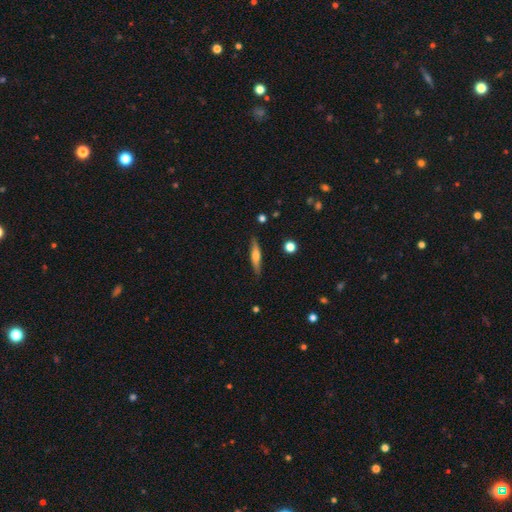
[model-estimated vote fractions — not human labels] Smooth or featured: featured or disk — 50% (smooth — 43%)
Merging: none — 87% (minor disturbance — 9%)